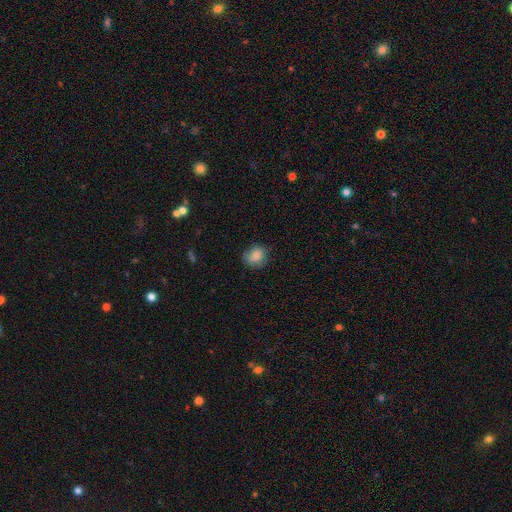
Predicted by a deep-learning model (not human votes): smooth 84%, star or artifact 9%, featured or disk 8%. Down the decision tree: how rounded — round (75%); merging — none (72%).